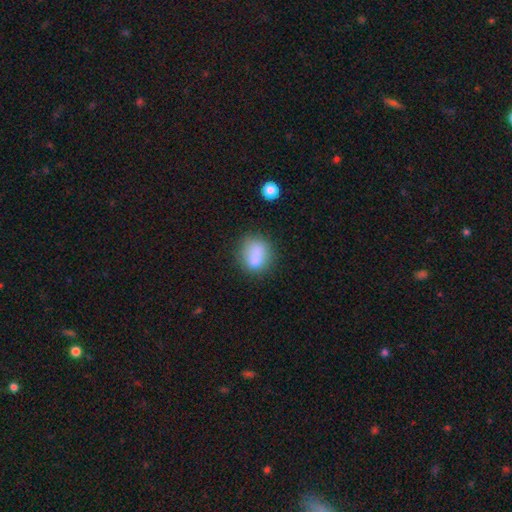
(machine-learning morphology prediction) smooth-or-featured: smooth: 77% | featured or disk: 13% | star or artifact: 10%
  how-rounded: round: 65% | in between: 34% | cigar-shaped: 1%
  merging: none: 51% | minor disturbance: 21% | merger: 19% | major disturbance: 10%